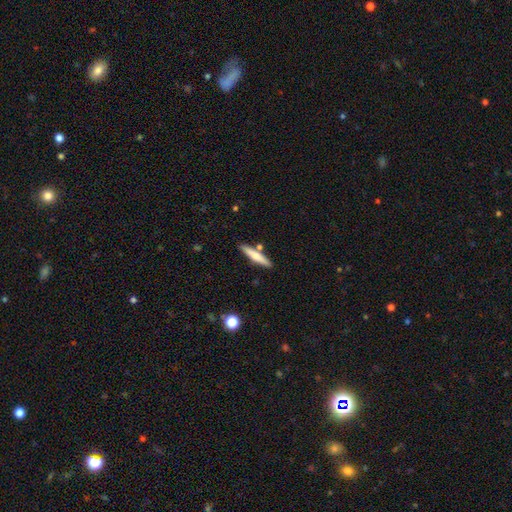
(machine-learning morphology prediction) This appears to be a smooth galaxy with no disk features (57%) that is cigar-shaped (89%). Merging: none (82%).